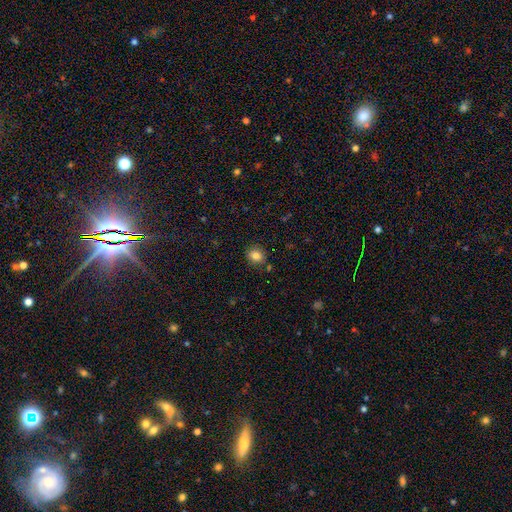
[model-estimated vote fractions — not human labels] Smooth or featured? Predicted: smooth (p=0.83). How rounded? Predicted: round (p=0.72). Merging? Predicted: none (p=0.84).